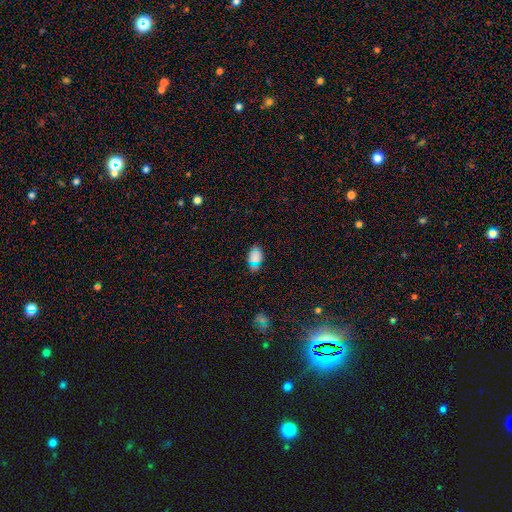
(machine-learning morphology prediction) A smooth galaxy with no disk features (67%) that is in between round and cigar-shaped (80%).

Vote fractions:
- Smooth or featured? smooth: 67% / star or artifact: 25% / featured or disk: 8%
- How rounded? in between: 80% / round: 18% / cigar-shaped: 2%
- Merging? none: 74% / minor disturbance: 16% / merger: 5% / major disturbance: 5%